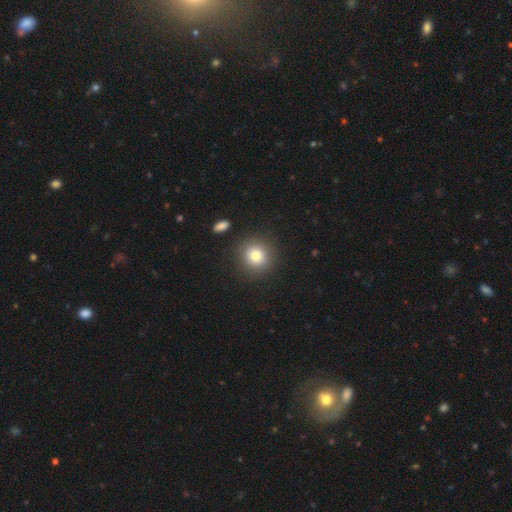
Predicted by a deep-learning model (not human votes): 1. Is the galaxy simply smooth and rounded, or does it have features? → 78% smooth, 12% star or artifact, 10% featured or disk.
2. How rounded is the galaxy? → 91% round, 8% in between, 1% cigar-shaped.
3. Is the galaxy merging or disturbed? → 89% none, 7% minor disturbance, 3% major disturbance, 2% merger.